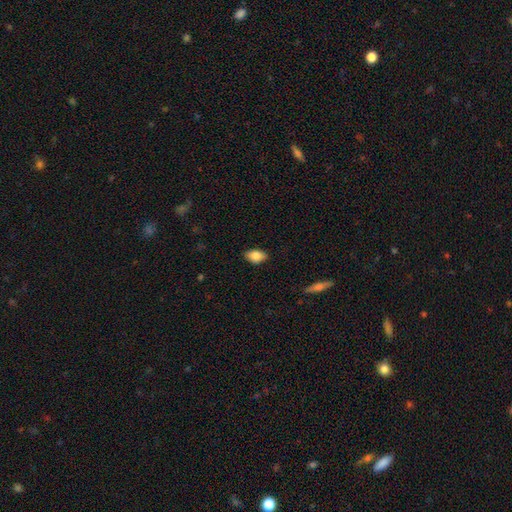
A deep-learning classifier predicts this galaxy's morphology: Overall: smooth (84%). How rounded: in between (89%). Merging: none (84%).